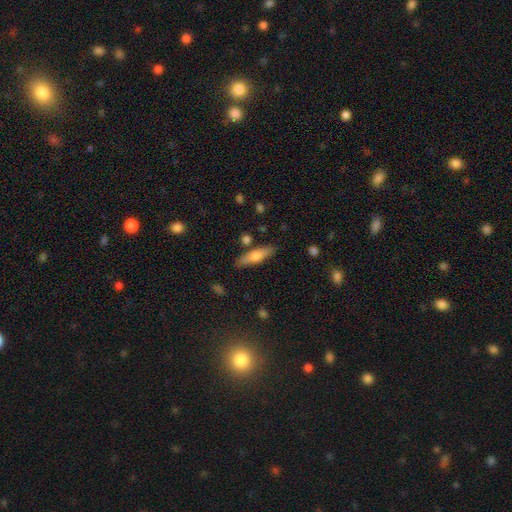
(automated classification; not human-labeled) A smooth galaxy with no disk features (60%) that is cigar-shaped (67%). Merging: none (83%).